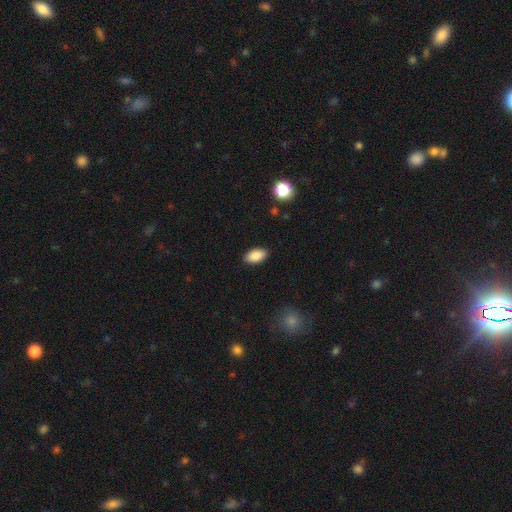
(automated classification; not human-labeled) The model was most divided on "merging": none: 88%, minor disturbance: 9%, major disturbance: 2%, merger: 1%. More confident: how rounded — in between (94%); smooth or featured — smooth (87%).